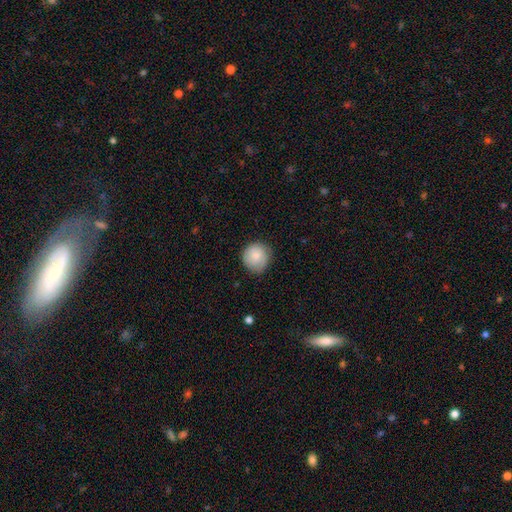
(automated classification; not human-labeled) smooth_or_featured: smooth (p=0.82) [alt: featured or disk p=0.12]
how_rounded: round (p=0.91) [alt: in between p=0.08]
merging: none (p=0.75) [alt: minor disturbance p=0.21]